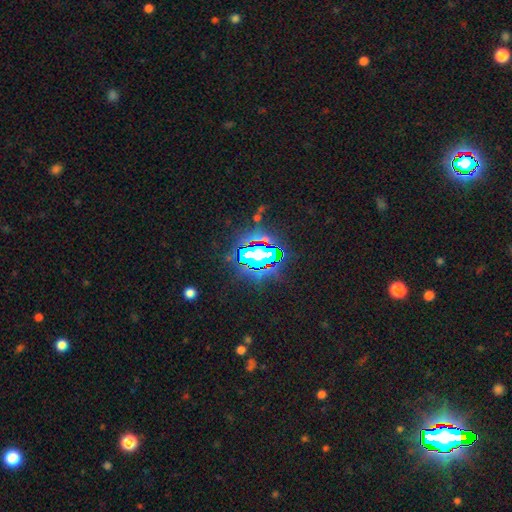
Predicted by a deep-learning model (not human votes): smooth-or-featured: star or artifact: 82% | smooth: 10% | featured or disk: 7%